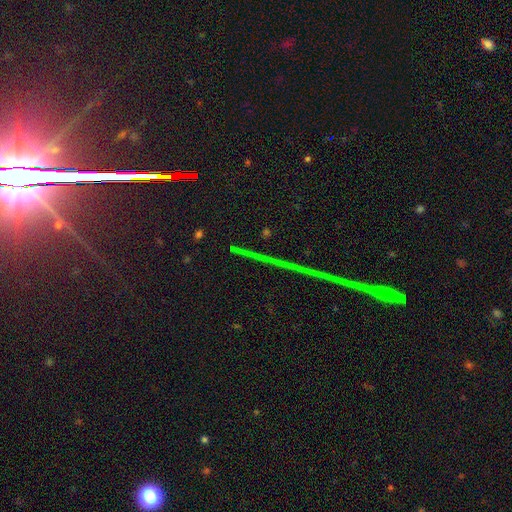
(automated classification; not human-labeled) smooth-or-featured: star or artifact: 85% | featured or disk: 9% | smooth: 6%